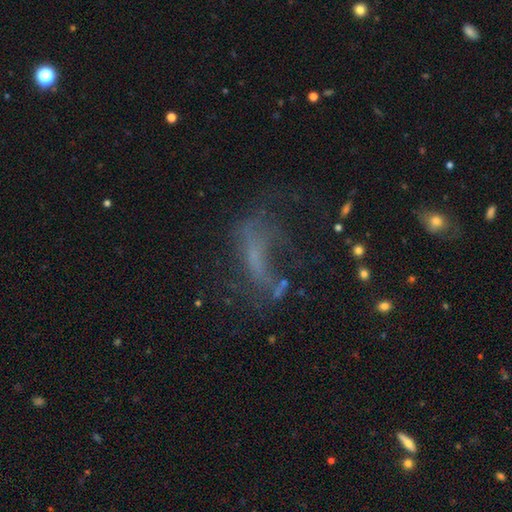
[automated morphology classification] smooth_or_featured: featured or disk (p=0.43) [alt: smooth p=0.31]
merging: none (p=0.37) [tied with: major disturbance p=0.37]